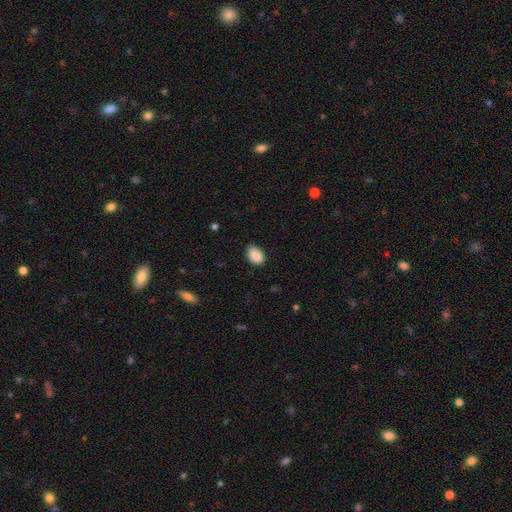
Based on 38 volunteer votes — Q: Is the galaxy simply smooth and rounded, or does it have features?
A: smooth — 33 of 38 (87%).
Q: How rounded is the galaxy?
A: in between — 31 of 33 (94%).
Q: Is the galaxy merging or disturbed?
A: none — 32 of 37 (86%).